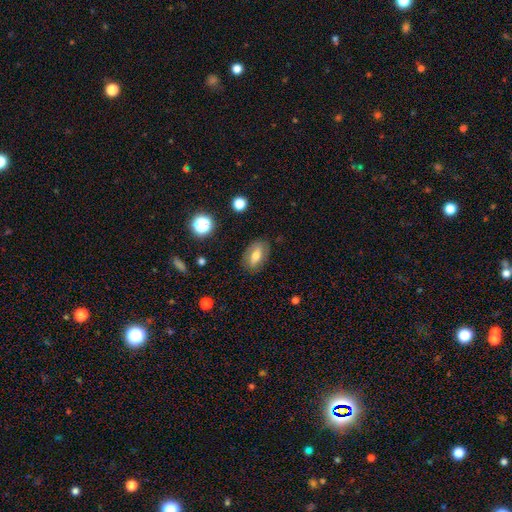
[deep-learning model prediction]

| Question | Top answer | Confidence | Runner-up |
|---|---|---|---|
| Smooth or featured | smooth | 60% | featured or disk (30%) |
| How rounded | in between | 85% | round (8%) |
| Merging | none | 82% | minor disturbance (13%) |